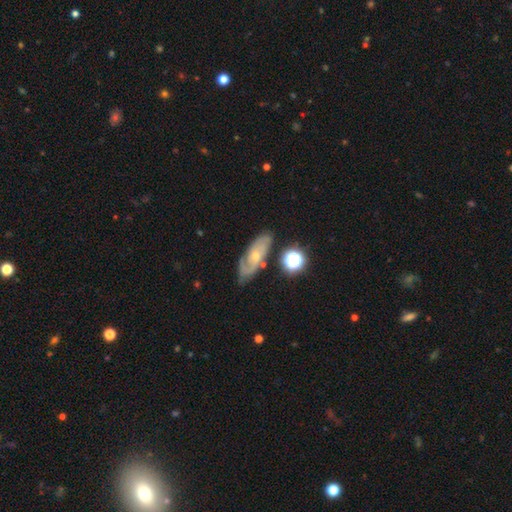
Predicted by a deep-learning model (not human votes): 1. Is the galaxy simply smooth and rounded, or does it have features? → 71% featured or disk, 20% smooth, 9% star or artifact.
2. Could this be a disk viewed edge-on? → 90% no, 10% yes.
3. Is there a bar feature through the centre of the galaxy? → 67% no, 28% weak, 5% strong.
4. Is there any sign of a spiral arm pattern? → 91% yes, 9% no.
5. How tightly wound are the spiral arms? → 49% tight, 39% medium, 11% loose.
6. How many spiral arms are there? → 56% 2, 26% can't tell, 7% 1, 7% 3, 2% 4, 2% more than 4.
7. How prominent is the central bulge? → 63% small, 32% moderate, 2% none, 2% large, 1% dominant.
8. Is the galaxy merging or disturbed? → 71% none, 19% minor disturbance, 6% major disturbance, 4% merger.